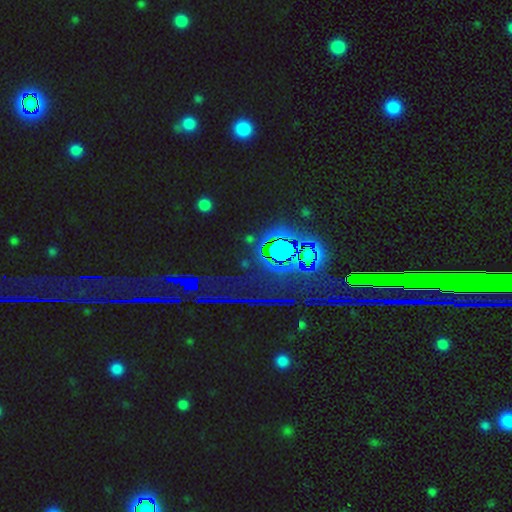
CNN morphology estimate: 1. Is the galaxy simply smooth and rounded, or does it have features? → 83% star or artifact, 9% smooth, 8% featured or disk.